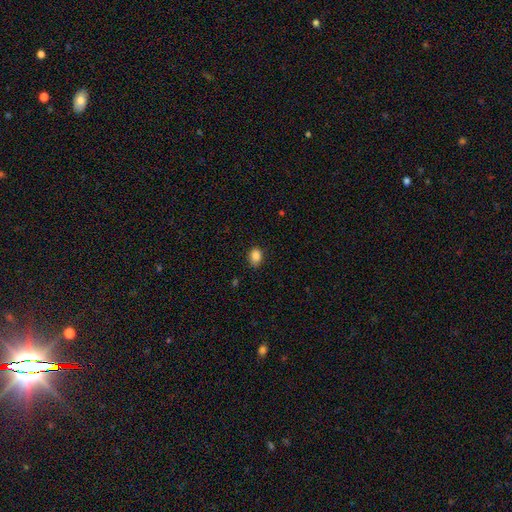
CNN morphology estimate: A smooth galaxy with no disk features (86%) that is in between round and cigar-shaped (62%).

Vote fractions:
- Smooth or featured? smooth: 86% / star or artifact: 10% / featured or disk: 4%
- How rounded? in between: 62% / round: 37% / cigar-shaped: 1%
- Merging? none: 80% / minor disturbance: 16% / major disturbance: 3% / merger: 1%